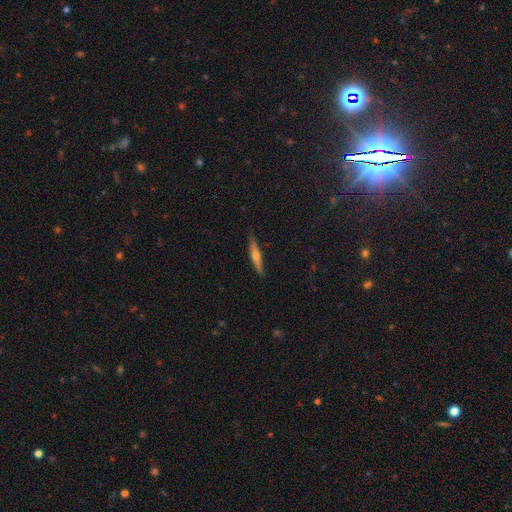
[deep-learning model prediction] Morphology: type=featured or disk (63%); edge-on=yes (97%); edge-on bulge=rounded (87%); merging=none (89%).